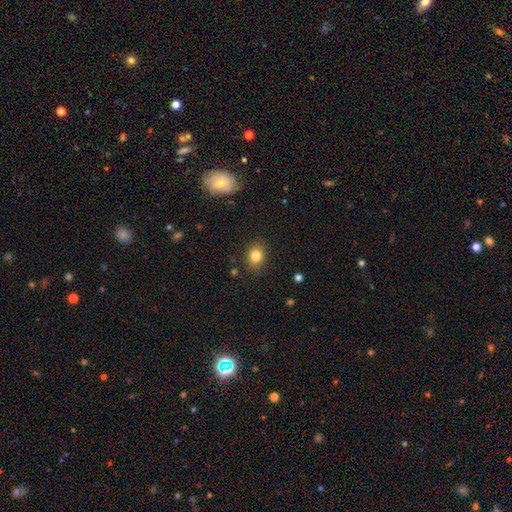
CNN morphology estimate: smooth-or-featured: smooth: 82% | star or artifact: 11% | featured or disk: 7%
  how-rounded: round: 53% | in between: 46% | cigar-shaped: 1%
  merging: none: 85% | minor disturbance: 11% | major disturbance: 3% | merger: 1%